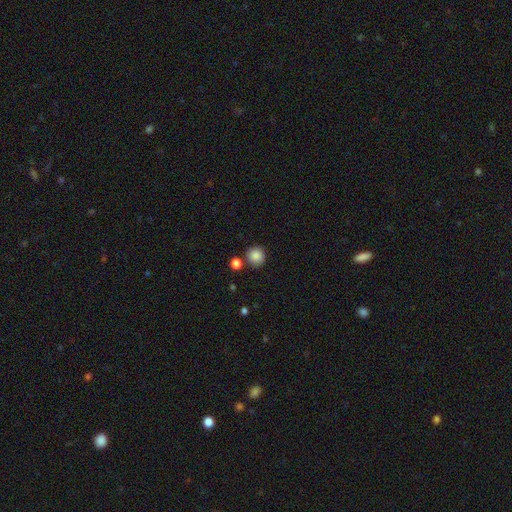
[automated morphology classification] Smooth or featured? smooth (87%)
How rounded? round (92%)
Merging? none (81%)